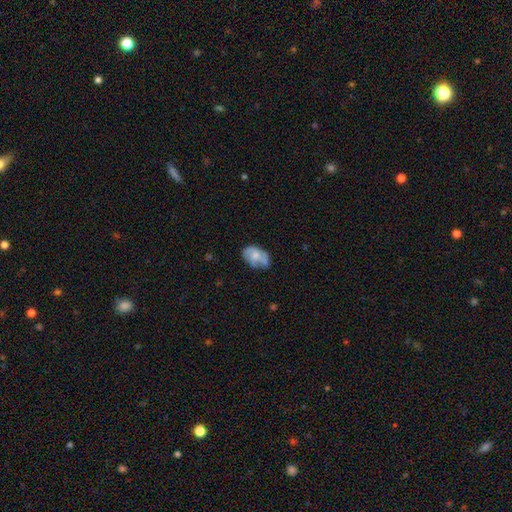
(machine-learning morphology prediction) A smooth galaxy with no disk features (47%). Merging: none (54%).